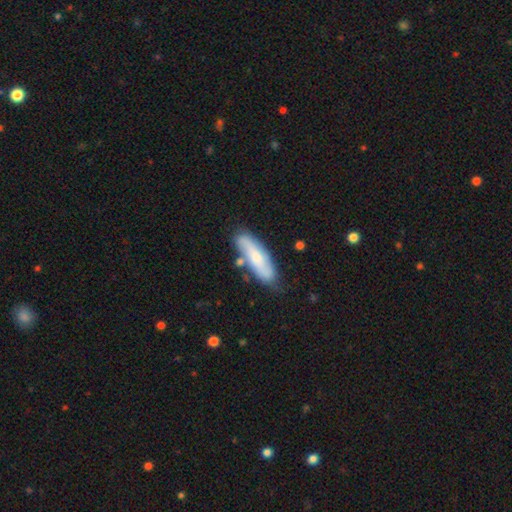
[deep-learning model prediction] A smooth galaxy with no disk features (52%) that is cigar-shaped (53%). Merging: none (73%).